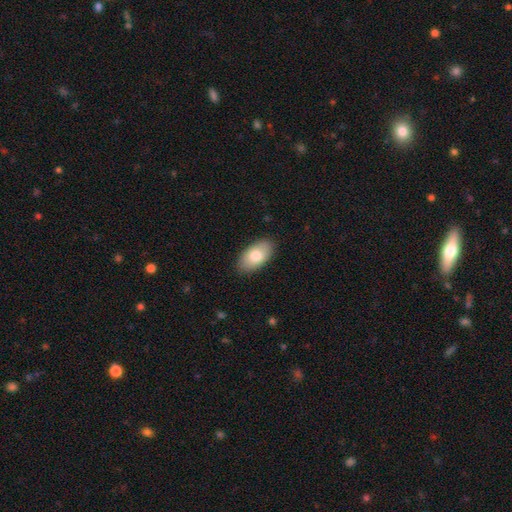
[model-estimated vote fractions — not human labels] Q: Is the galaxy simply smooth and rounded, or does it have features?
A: smooth — 80%.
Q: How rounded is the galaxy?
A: in between — 95%.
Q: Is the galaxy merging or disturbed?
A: none — 87%.